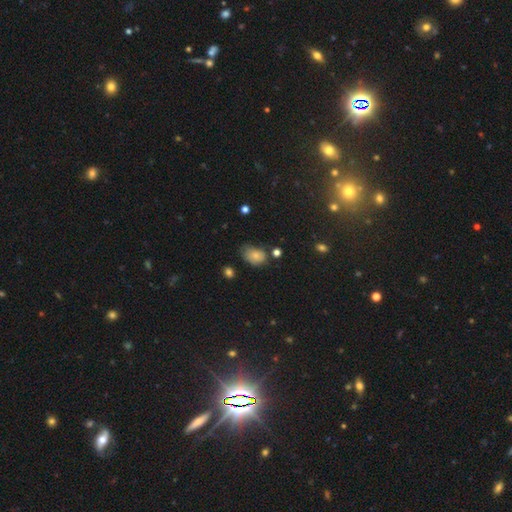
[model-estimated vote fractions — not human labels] Smooth or featured? Predicted: smooth (p=0.73). How rounded? Predicted: in between (p=0.73). Merging? Predicted: none (p=0.46).